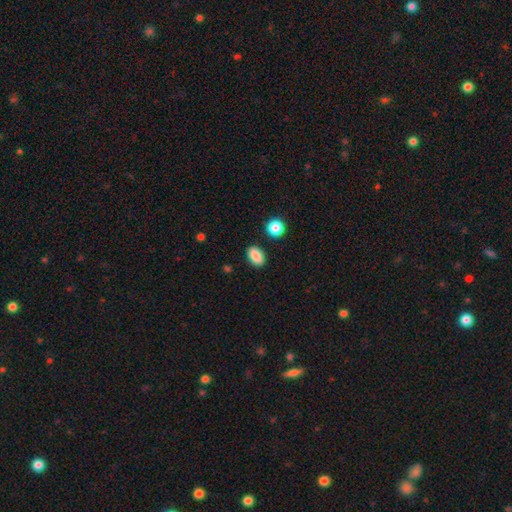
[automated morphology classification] This is clearly a smooth galaxy (88%). How rounded: clearly in between (87%). Merging: clearly none (87%).